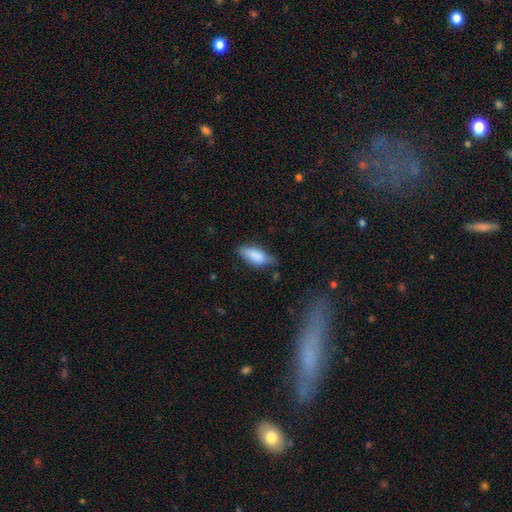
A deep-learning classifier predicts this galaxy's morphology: Overall: smooth (82%). How rounded: in between (79%). Merging: none (57%; minor disturbance 33%).